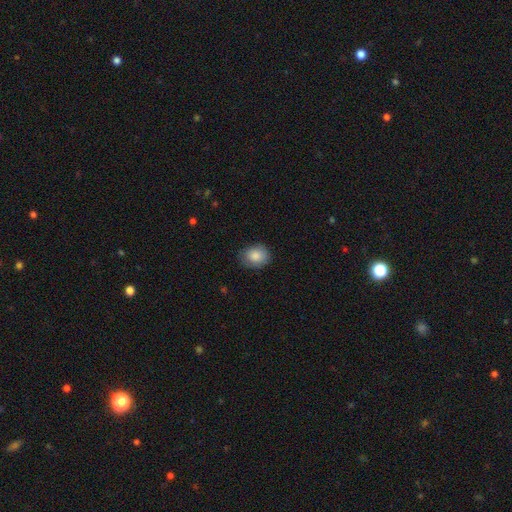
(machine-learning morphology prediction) smooth 86%, star or artifact 8%, featured or disk 7%. Down the decision tree: how rounded — round (54%); merging — none (80%).